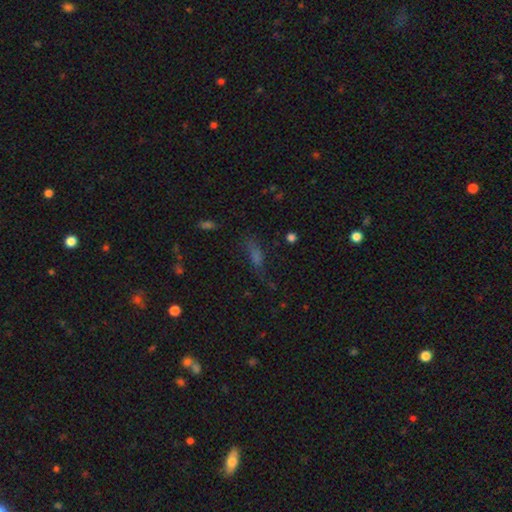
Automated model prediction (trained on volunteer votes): Q: Smooth or featured?
A: smooth (44%); runner-up: star or artifact (31%)
Q: Merging?
A: none (58%); runner-up: minor disturbance (21%)